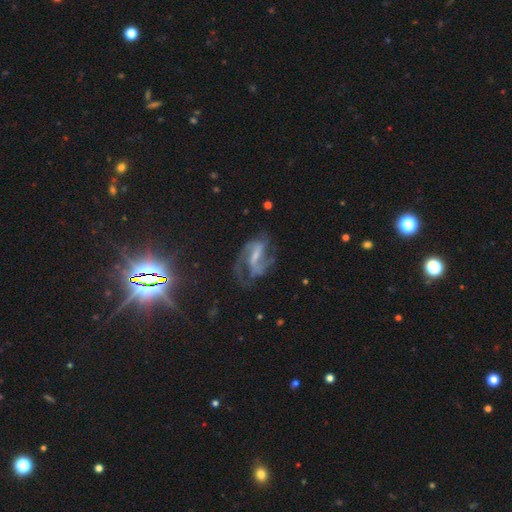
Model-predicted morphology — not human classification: Smooth or featured: featured or disk — 78% (smooth — 12%)
Edge-on disk: no — 96% (yes — 4%)
Bar: weak — 43% (strong — 37%)
Spiral arms: yes — 88% (no — 12%)
Spiral winding: medium — 49% (loose — 31%)
Spiral arm count: 2 — 60% (can't tell — 16%)
Bulge size: small — 41% (moderate — 29%)
Merging: none — 47% (major disturbance — 30%)